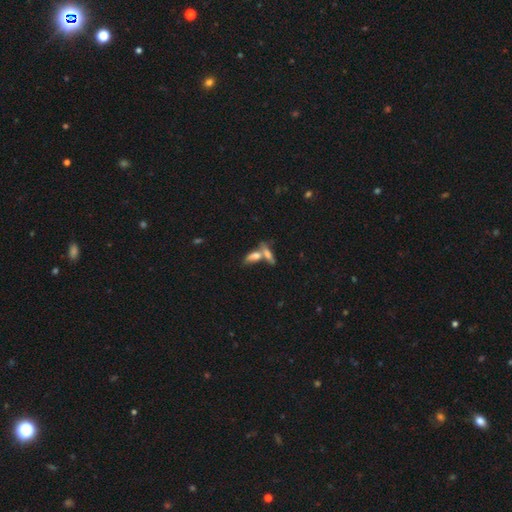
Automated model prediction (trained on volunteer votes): This appears to be a smooth galaxy with no disk features (66%) that is in between round and cigar-shaped (67%). Merging: merger (53%).